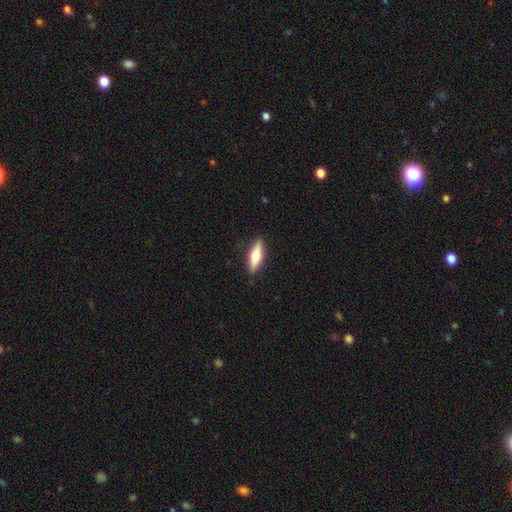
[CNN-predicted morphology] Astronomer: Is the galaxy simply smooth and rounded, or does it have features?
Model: featured or disk — 50% (runner-up: smooth, 44%).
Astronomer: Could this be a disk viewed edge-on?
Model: yes — 93%.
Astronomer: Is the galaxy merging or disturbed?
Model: none — 89%.